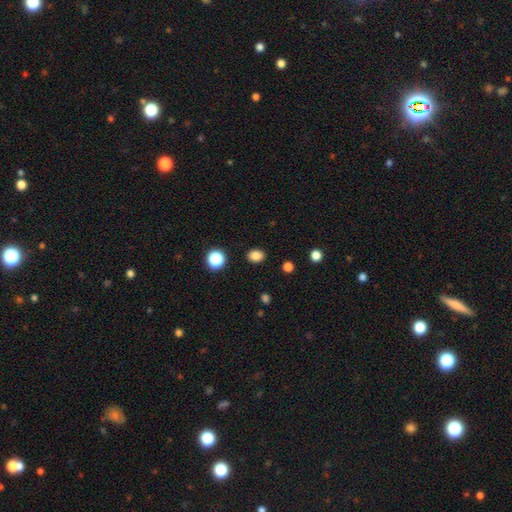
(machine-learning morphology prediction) Smooth or featured?
  - smooth: 84% *
  - star or artifact: 11%
  - featured or disk: 4%
How rounded?
  - in between: 60% *
  - round: 39%
  - cigar-shaped: 1%
Merging?
  - none: 89% *
  - minor disturbance: 8%
  - major disturbance: 2%
  - merger: 1%